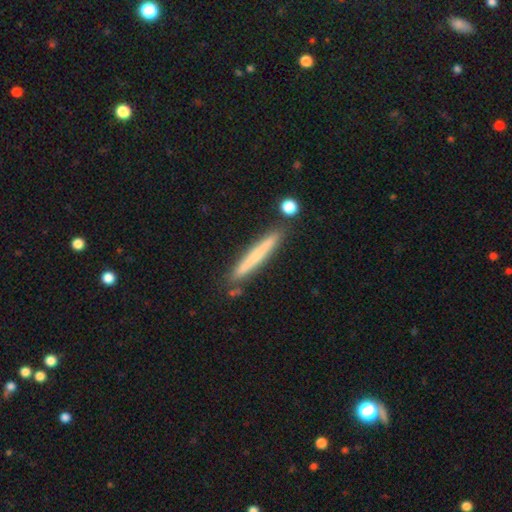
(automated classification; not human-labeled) Morphology: type=smooth (58%); roundness=cigar-shaped (96%); merging=none (83%).